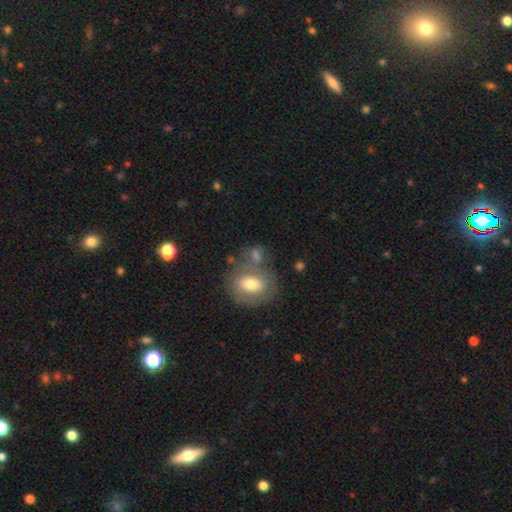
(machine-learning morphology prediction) A smooth galaxy with no disk features (58%) that is in between round and cigar-shaped (58%).

Vote fractions:
- Smooth or featured? smooth: 58% / featured or disk: 31% / star or artifact: 11%
- How rounded? in between: 58% / round: 39% / cigar-shaped: 3%
- Merging? none: 51% / merger: 25% / minor disturbance: 15% / major disturbance: 8%